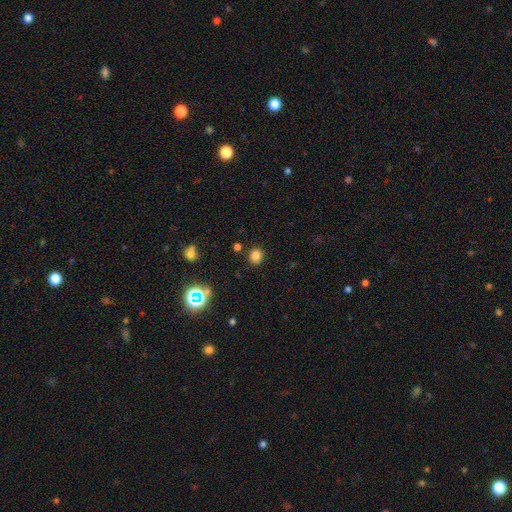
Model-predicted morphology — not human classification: This appears to be a smooth galaxy with no disk features (78%) that is round (76%). Merging: none (87%).